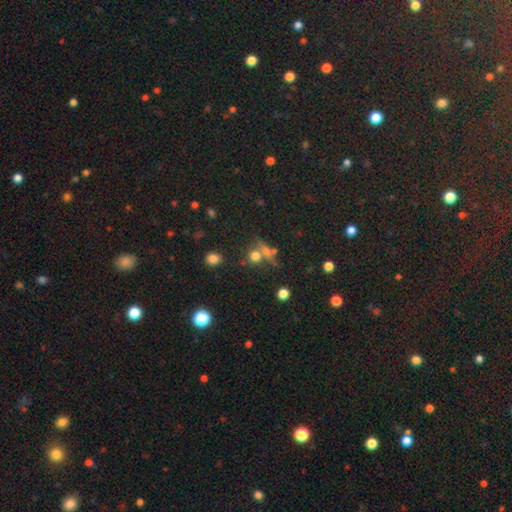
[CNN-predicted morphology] The model was most divided on "merging": none: 54%, merger: 31%, minor disturbance: 9%, major disturbance: 6%. More confident: how rounded — round (81%); smooth or featured — smooth (61%).